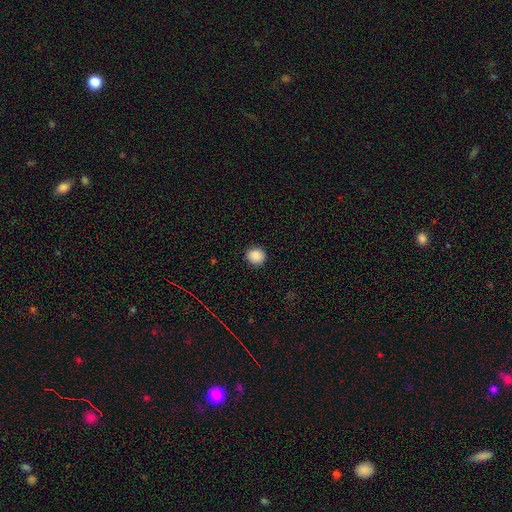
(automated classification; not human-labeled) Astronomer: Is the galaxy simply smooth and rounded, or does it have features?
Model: smooth — 88%.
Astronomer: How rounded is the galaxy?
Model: round — 91%.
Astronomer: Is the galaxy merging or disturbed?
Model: none — 92%.